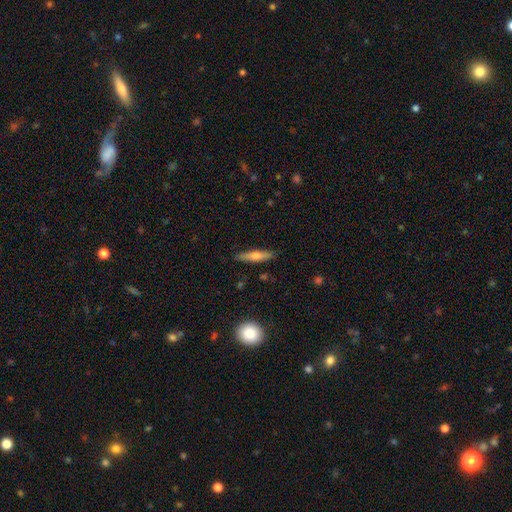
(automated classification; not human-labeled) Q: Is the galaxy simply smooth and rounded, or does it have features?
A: smooth — 56%.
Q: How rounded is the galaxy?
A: cigar-shaped — 81%.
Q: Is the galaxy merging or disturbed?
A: none — 88%.